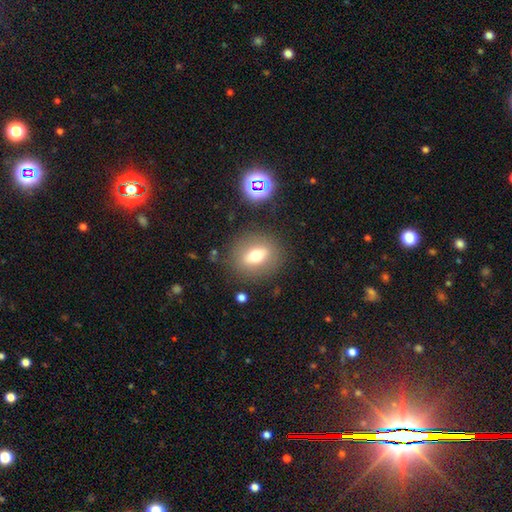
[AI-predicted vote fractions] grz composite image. It shows a smooth galaxy with no disk features (60%) that is in between round and cigar-shaped (48%, tied with round). Merging: none (83%).